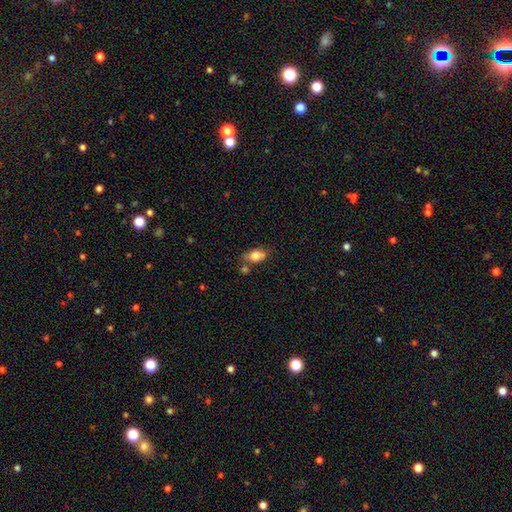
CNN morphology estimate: Smooth or featured?
  - smooth: 77% *
  - featured or disk: 14%
  - star or artifact: 9%
How rounded?
  - in between: 80% *
  - round: 16%
  - cigar-shaped: 4%
Merging?
  - none: 55% *
  - minor disturbance: 21%
  - merger: 18%
  - major disturbance: 6%